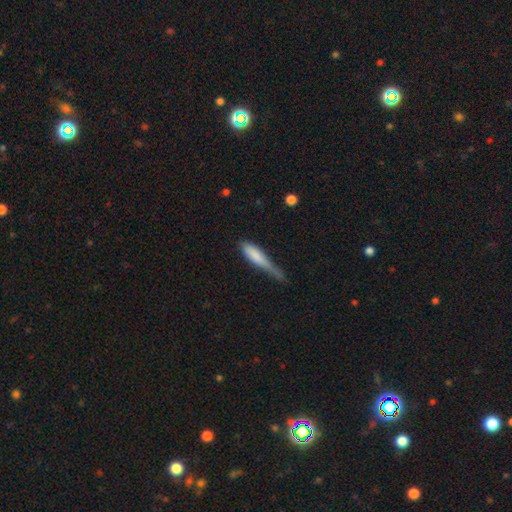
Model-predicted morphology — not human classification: This appears to be a smooth galaxy with no disk features (75%) that is cigar-shaped (76%). Merging: minor disturbance (44%).